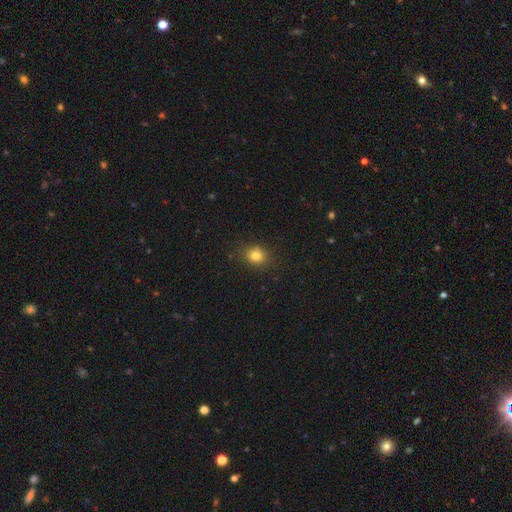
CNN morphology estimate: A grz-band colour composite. It shows a smooth galaxy with no disk features (80%) that is round (70%). Merging: none (86%).